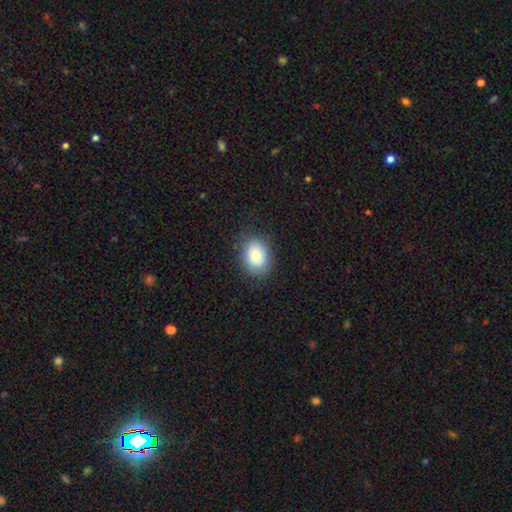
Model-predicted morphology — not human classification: The model was most divided on "how rounded": in between: 69%, round: 30%, cigar-shaped: 1%. More confident: smooth or featured — smooth (82%); merging — none (82%).